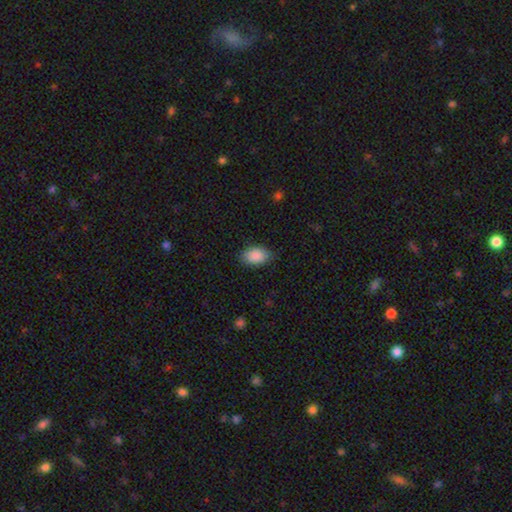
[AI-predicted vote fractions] The model was most divided on "merging": none: 81%, minor disturbance: 15%, major disturbance: 3%, merger: 1%. More confident: smooth or featured — smooth (90%); how rounded — in between (89%).